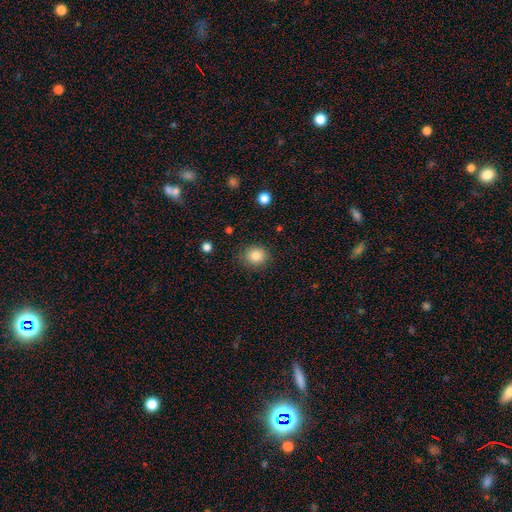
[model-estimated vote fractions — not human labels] Overall: smooth (85%). How rounded: round (77%). Merging: none (86%).